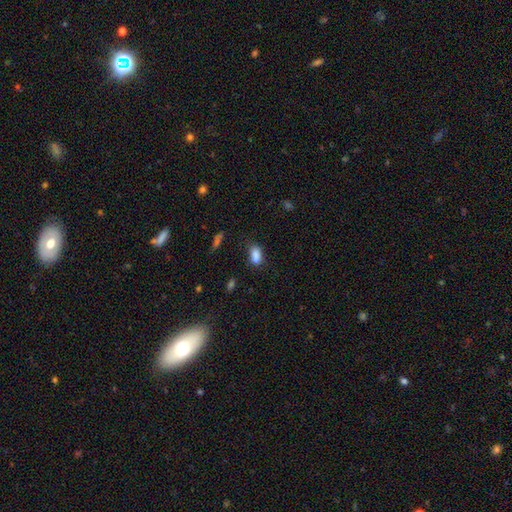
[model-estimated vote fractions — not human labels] A smooth galaxy with no disk features (85%) that is in between round and cigar-shaped (84%). Merging: none (70%).